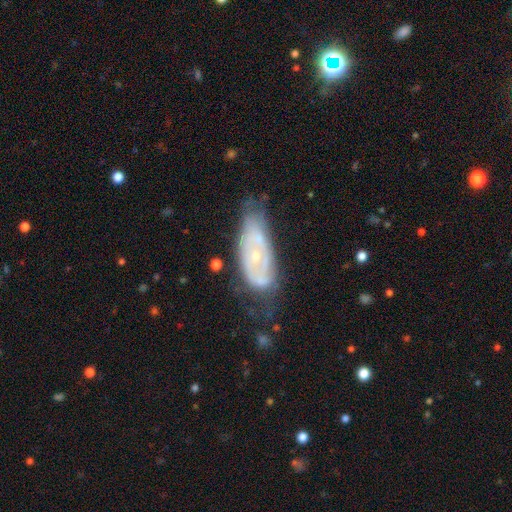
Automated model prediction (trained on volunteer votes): smooth-or-featured: featured or disk: 68% | smooth: 25% | star or artifact: 7%
  disk-edge-on: no: 90% | yes: 10%
    bar: no: 81% | weak: 15% | strong: 4%
    has-spiral-arms: yes: 57% | no: 43%
    bulge-size: small: 68% | moderate: 28% | none: 2% | large: 1% | dominant: 1%
  merging: none: 50% | minor disturbance: 31% | major disturbance: 15% | merger: 4%